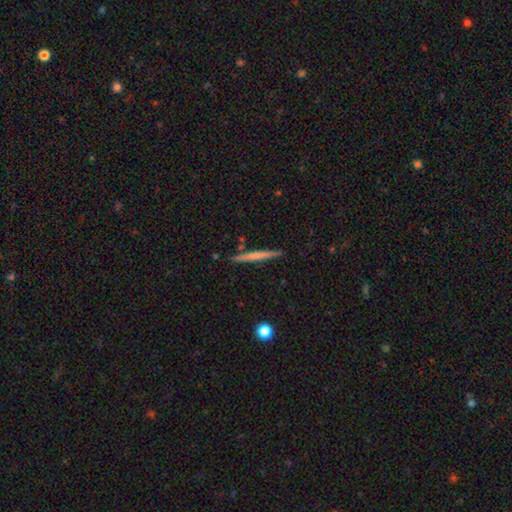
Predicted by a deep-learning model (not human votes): Morphology: type=smooth (51%); roundness=cigar-shaped (96%); merging=none (89%).